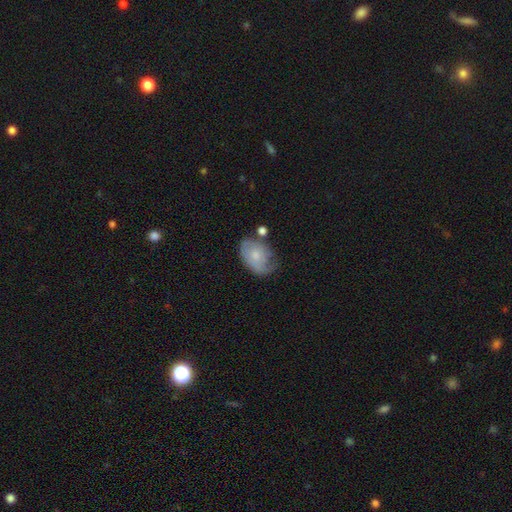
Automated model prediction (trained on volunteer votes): A featured or disk galaxy (47%, tied with smooth). Merging: none (47%).